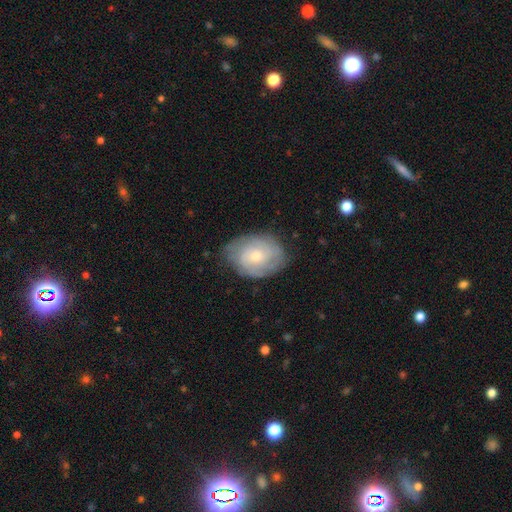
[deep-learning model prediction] smooth-or-featured: featured or disk: 68% | smooth: 25% | star or artifact: 7%
  disk-edge-on: no: 96% | yes: 4%
    bar: no: 69% | weak: 27% | strong: 4%
    has-spiral-arms: yes: 87% | no: 13%
      spiral-winding: tight: 62% | medium: 29% | loose: 8%
      spiral-arm-count: can't tell: 40% | 2: 33% | 3: 15% | 4: 5% | 1: 4% | more than 4: 3%
    bulge-size: moderate: 48% | small: 47% | large: 2% | none: 2% | dominant: 1%
  merging: none: 73% | minor disturbance: 21% | major disturbance: 6% | merger: 1%